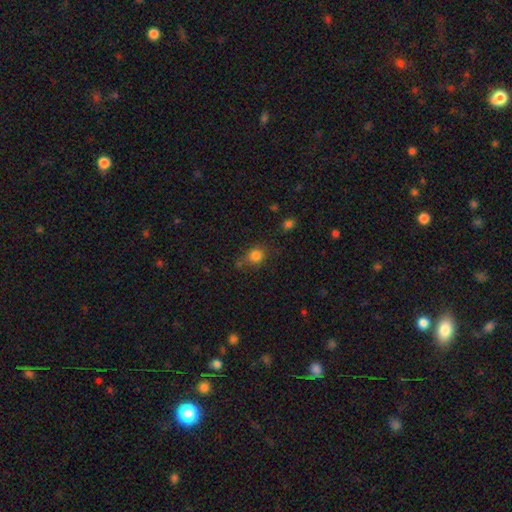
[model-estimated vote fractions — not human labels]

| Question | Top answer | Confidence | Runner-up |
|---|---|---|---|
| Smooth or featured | smooth | 80% | star or artifact (13%) |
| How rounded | round | 75% | in between (24%) |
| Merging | none | 63% | minor disturbance (22%) |